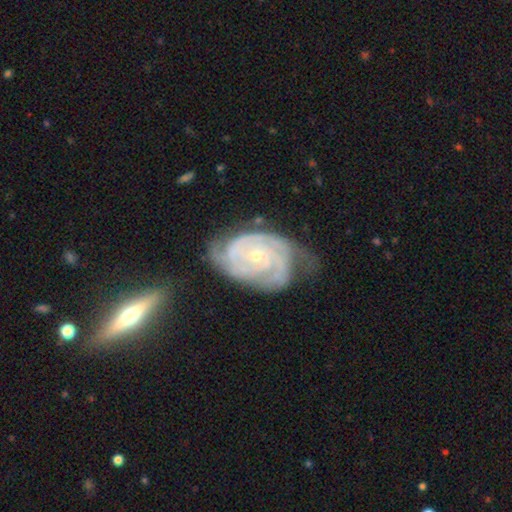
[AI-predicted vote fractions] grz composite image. It shows a featured or disk galaxy (91%) with no bar (65%), 3 (35%) tight (75%) spiral arms (98%) and a small central bulge (76%). Merging: none (56%).